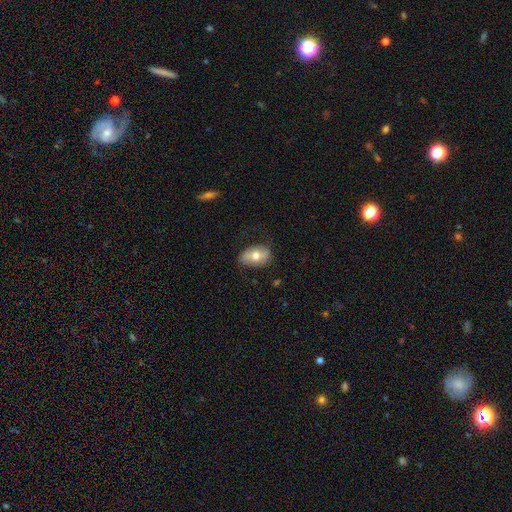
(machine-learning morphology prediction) The model was most divided on "smooth or featured": smooth: 63%, featured or disk: 30%, star or artifact: 7%. More confident: how rounded — in between (88%); merging — none (76%).